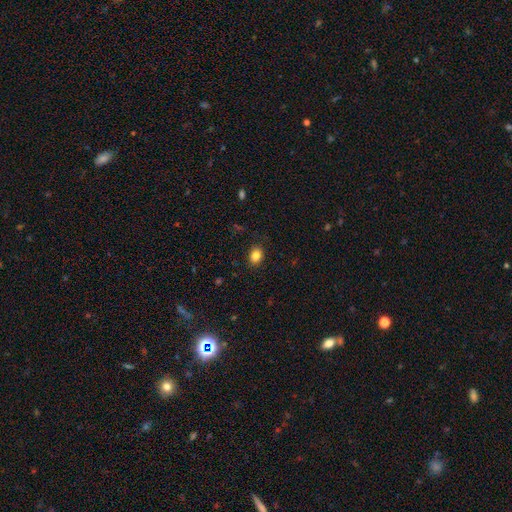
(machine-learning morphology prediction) Overall: smooth (84%). How rounded: in between (67%; round 32%). Merging: none (87%).